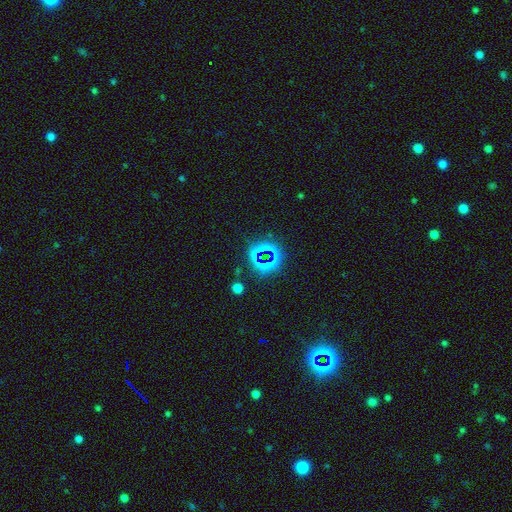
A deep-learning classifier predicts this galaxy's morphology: Smooth or featured: star or artifact — 64% (smooth — 26%)